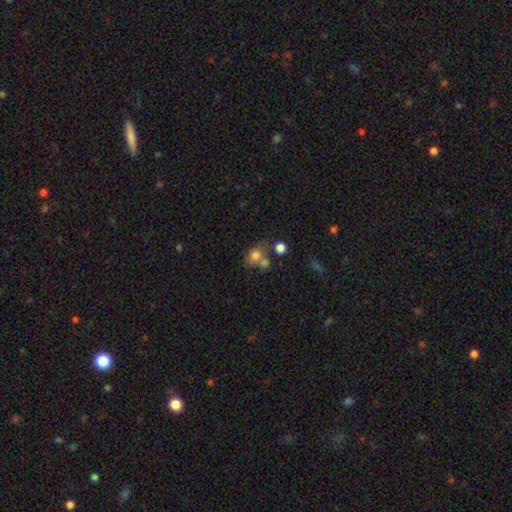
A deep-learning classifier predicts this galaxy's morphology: This appears to be a smooth galaxy with no disk features (54%) that is round (63%). Merging: none (50%).